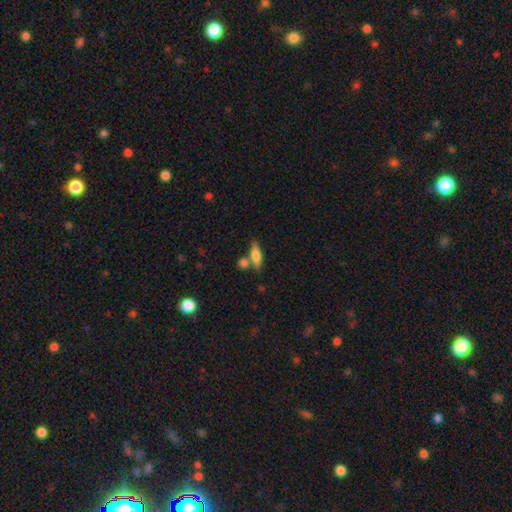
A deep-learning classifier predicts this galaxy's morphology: Smooth or featured? smooth (59%)
How rounded? cigar-shaped (48%)
Merging? none (66%)